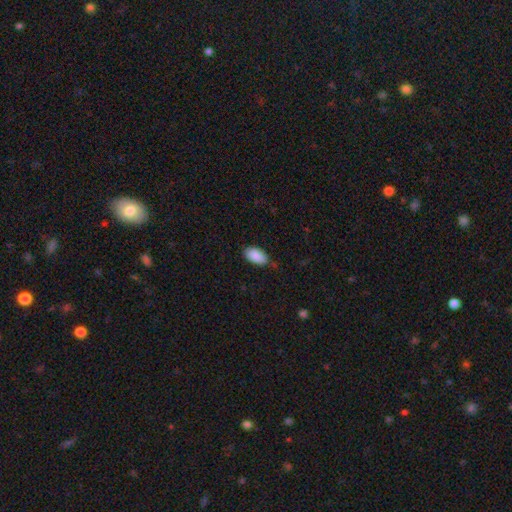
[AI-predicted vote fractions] smooth-or-featured: smooth: 90% | star or artifact: 6% | featured or disk: 4%
  how-rounded: in between: 95% | round: 3% | cigar-shaped: 2%
  merging: none: 74% | minor disturbance: 21% | major disturbance: 4% | merger: 2%